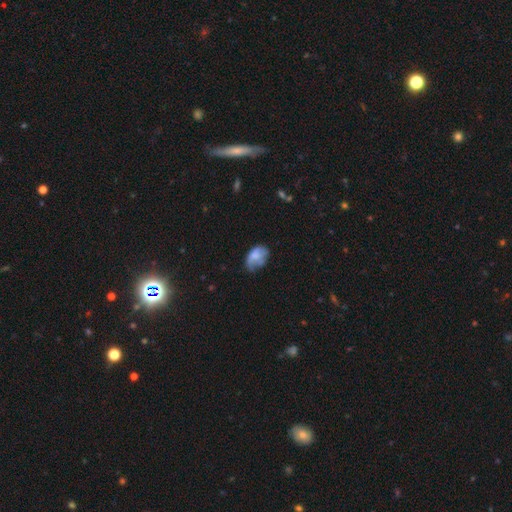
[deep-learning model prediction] Q: Smooth or featured?
A: smooth (62%); runner-up: featured or disk (29%)
Q: How rounded?
A: in between (85%); runner-up: round (13%)
Q: Merging?
A: minor disturbance (37%); tied with: none (37%)